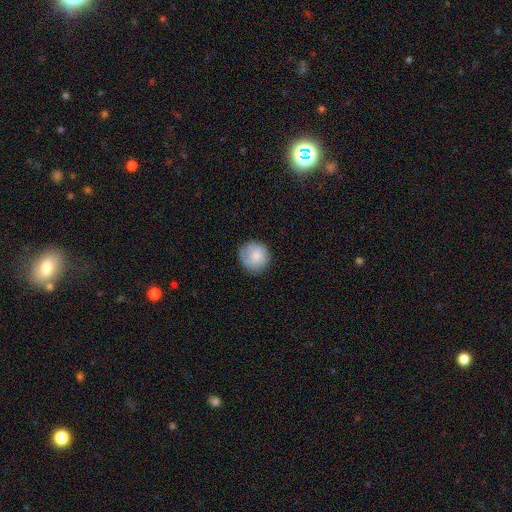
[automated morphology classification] The model was most divided on "smooth or featured": smooth: 67%, featured or disk: 26%, star or artifact: 7%. More confident: how rounded — round (88%); merging — none (74%).